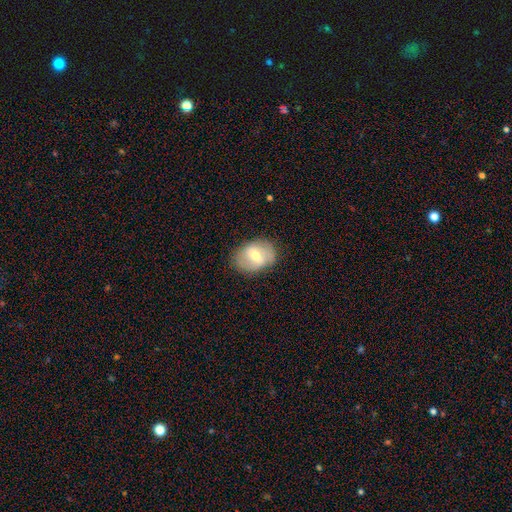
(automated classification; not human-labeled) Smooth or featured? featured or disk (52%)
Edge-on disk? no (94%)
Merging? none (78%)